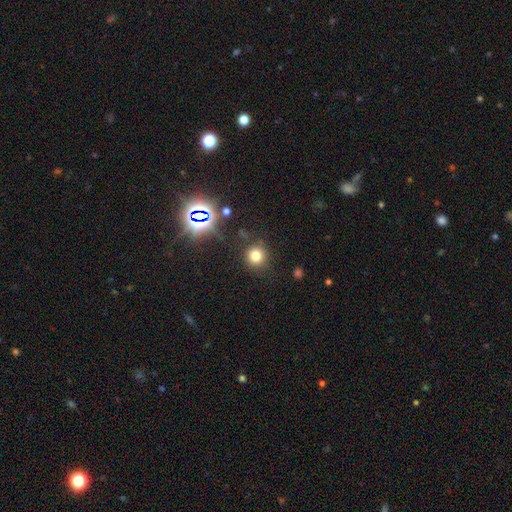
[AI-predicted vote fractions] Morphology: type=smooth (74%); roundness=round (91%); merging=none (83%).